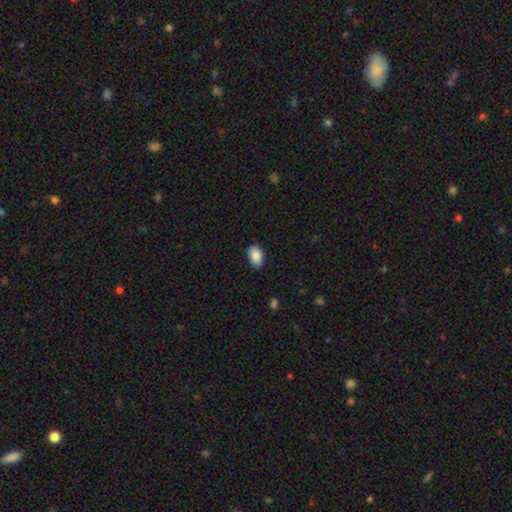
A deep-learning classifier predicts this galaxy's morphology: smooth_or_featured: smooth (p=0.89) [alt: star or artifact p=0.07]
how_rounded: in between (p=0.90) [alt: round p=0.09]
merging: none (p=0.85) [alt: minor disturbance p=0.12]